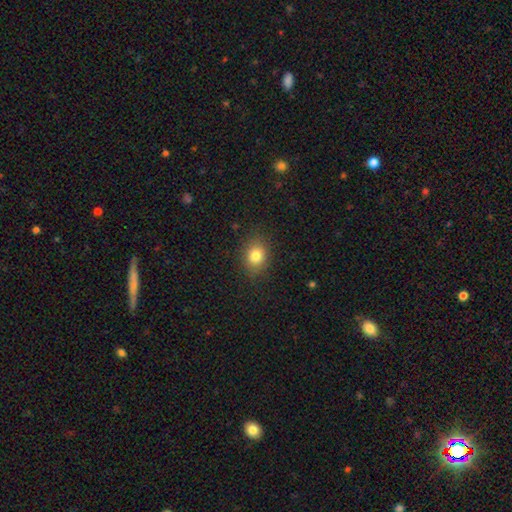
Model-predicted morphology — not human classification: This is clearly a smooth galaxy (82%). How rounded: possibly in between (50%). Merging: clearly none (86%).